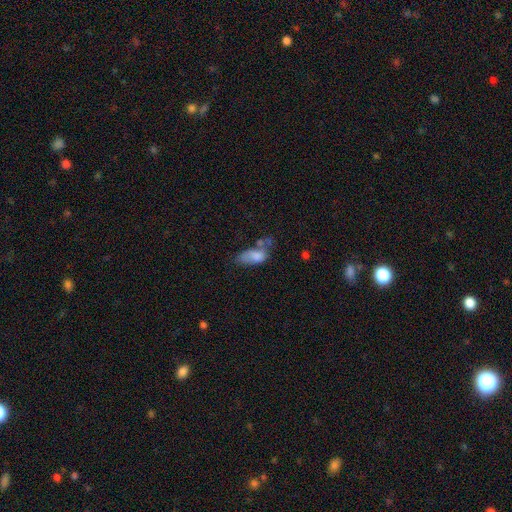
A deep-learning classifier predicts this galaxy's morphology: type=smooth (71%); roundness=in between (86%); merging=merger (26%).